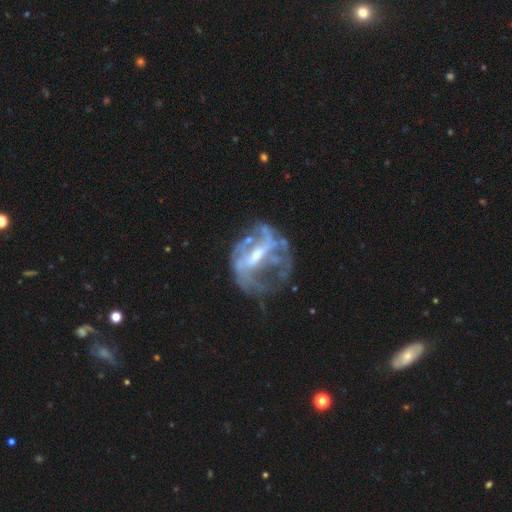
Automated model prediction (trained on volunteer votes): Q: Smooth or featured?
A: featured or disk (80%); runner-up: star or artifact (10%)
Q: Edge-on disk?
A: no (94%); runner-up: yes (6%)
Q: Bar?
A: strong (46%); runner-up: weak (36%)
Q: Spiral arms?
A: yes (63%); runner-up: no (37%)
Q: Bulge size?
A: small (47%); runner-up: moderate (42%)
Q: Merging?
A: none (39%); runner-up: major disturbance (35%)